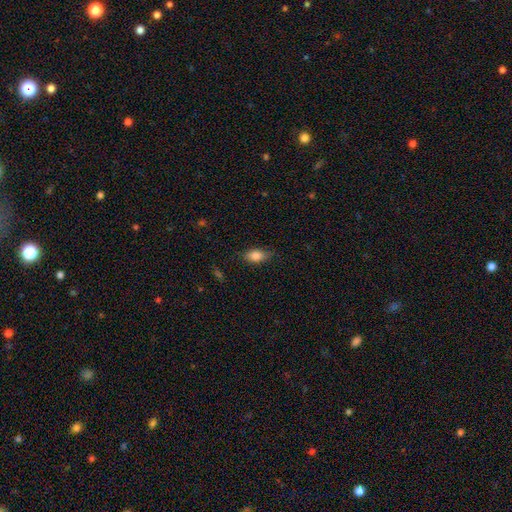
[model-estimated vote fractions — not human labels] smooth_or_featured: smooth (p=0.83) [alt: featured or disk p=0.10]
how_rounded: in between (p=0.86) [alt: round p=0.08]
merging: none (p=0.75) [alt: minor disturbance p=0.20]